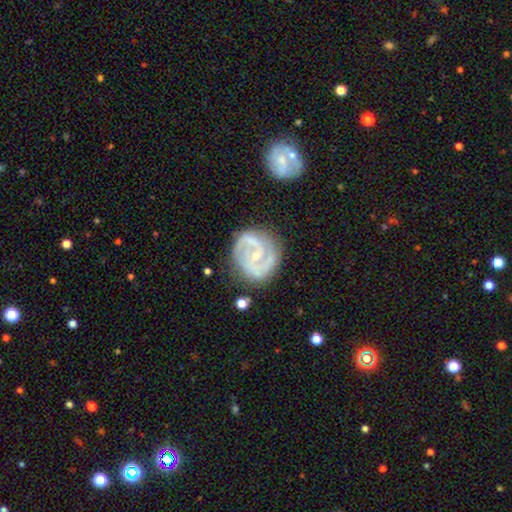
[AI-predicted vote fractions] featured or disk 88%, smooth 7%, star or artifact 6%. Down the decision tree: edge-on disk — no (98%); bar — no (48%); spiral arms — yes (96%); spiral arm count — 2 (79%); spiral winding — medium (45%); bulge size — small (69%); merging — none (76%).